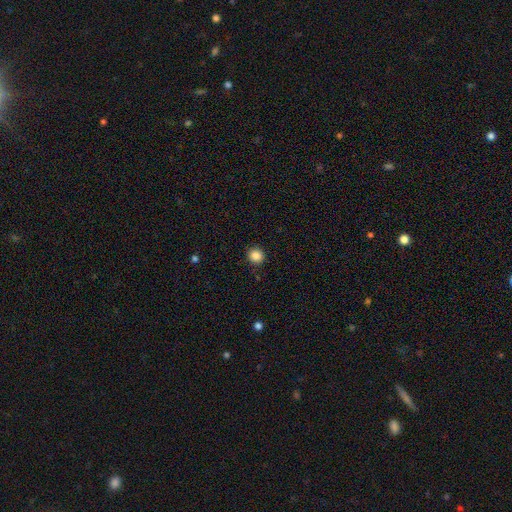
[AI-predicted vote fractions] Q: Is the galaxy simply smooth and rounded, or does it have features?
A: smooth — 86%.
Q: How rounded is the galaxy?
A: round — 90%.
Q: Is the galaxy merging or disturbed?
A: none — 91%.